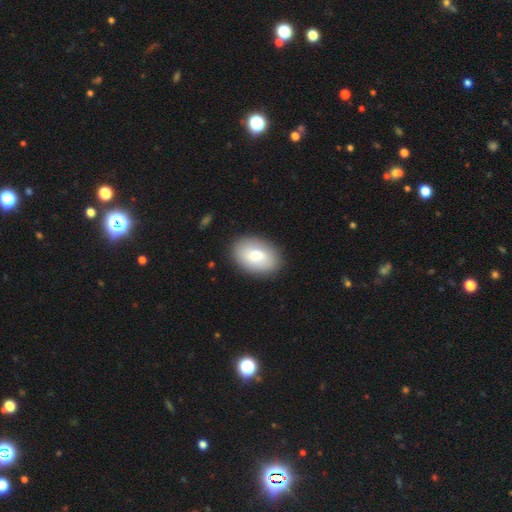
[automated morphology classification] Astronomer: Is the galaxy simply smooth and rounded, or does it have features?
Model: smooth — 74%.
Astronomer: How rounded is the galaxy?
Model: in between — 84%.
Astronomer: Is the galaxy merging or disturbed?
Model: none — 86%.